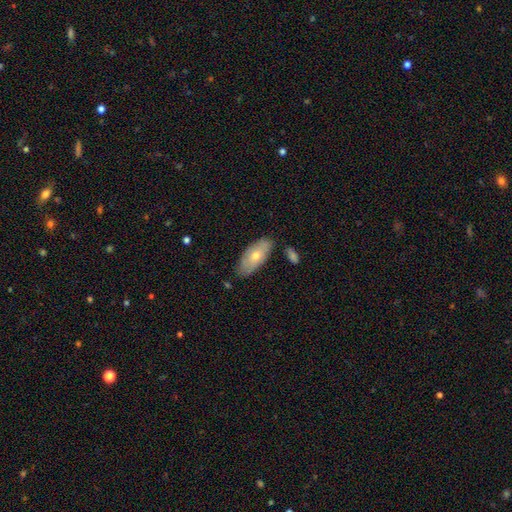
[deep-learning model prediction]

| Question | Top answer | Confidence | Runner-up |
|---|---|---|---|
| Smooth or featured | smooth | 60% | featured or disk (33%) |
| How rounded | in between | 88% | cigar-shaped (9%) |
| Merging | none | 78% | minor disturbance (16%) |